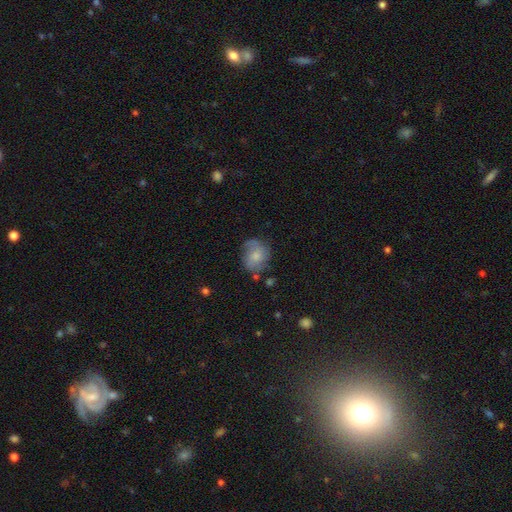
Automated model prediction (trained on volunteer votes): A smooth galaxy with no disk features (56%) that is round (60%). Merging: none (57%).